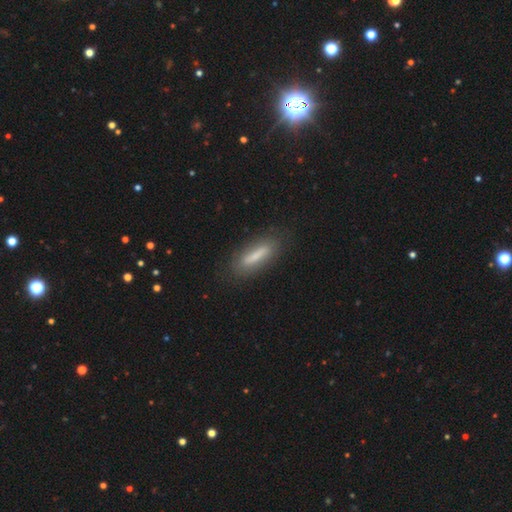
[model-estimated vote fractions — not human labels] A smooth galaxy with no disk features (66%) that is cigar-shaped (69%).

Vote fractions:
- Smooth or featured? smooth: 66% / featured or disk: 26% / star or artifact: 8%
- How rounded? cigar-shaped: 69% / in between: 29% / round: 2%
- Merging? none: 80% / minor disturbance: 14% / major disturbance: 4% / merger: 2%